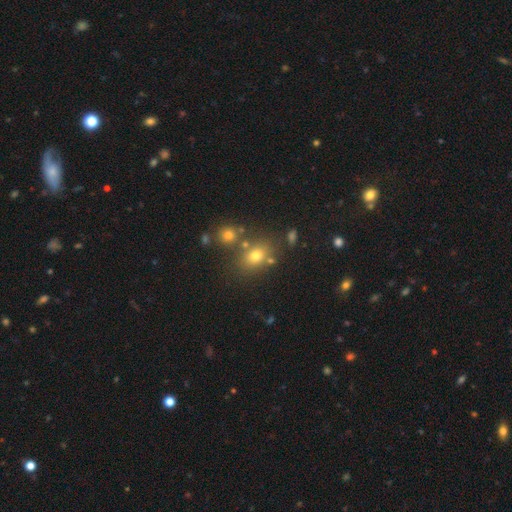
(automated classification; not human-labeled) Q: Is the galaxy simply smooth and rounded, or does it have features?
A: smooth — 70%.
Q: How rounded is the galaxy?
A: in between — 59%.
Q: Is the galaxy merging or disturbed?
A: none — 69%.